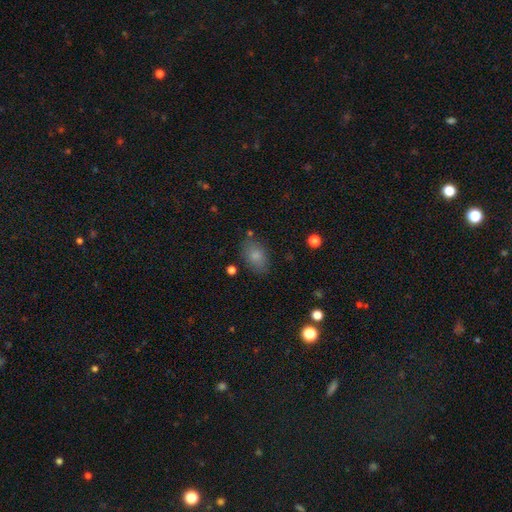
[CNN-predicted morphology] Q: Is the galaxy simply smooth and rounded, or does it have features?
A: smooth — 82%.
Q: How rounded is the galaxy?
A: in between — 87%.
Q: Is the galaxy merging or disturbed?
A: none — 78%.